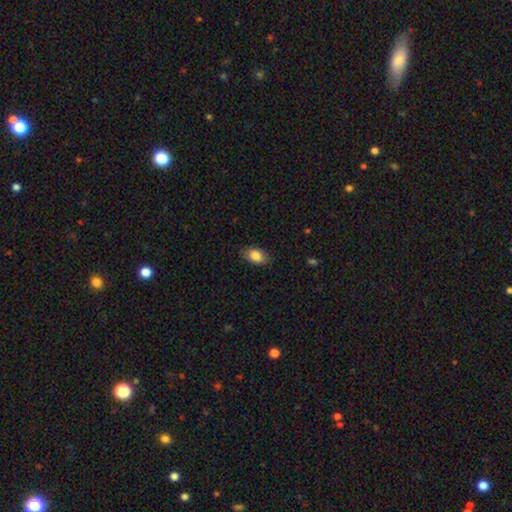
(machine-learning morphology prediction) smooth_or_featured: smooth (p=0.85) [alt: featured or disk p=0.08]
how_rounded: in between (p=0.90) [alt: round p=0.08]
merging: none (p=0.83) [alt: minor disturbance p=0.13]